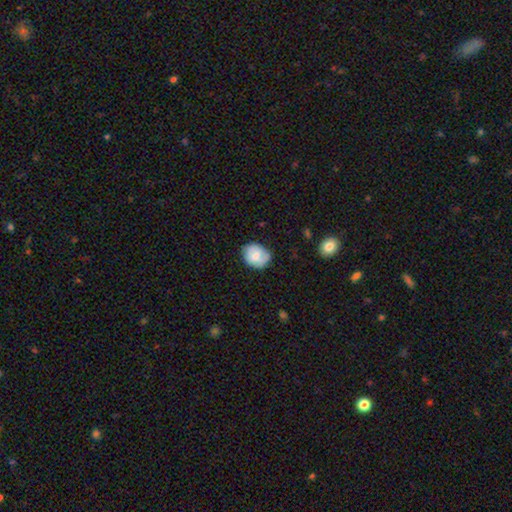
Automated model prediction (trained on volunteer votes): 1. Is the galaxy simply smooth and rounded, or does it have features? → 74% smooth, 18% featured or disk, 7% star or artifact.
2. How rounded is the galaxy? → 55% round, 44% in between, 1% cigar-shaped.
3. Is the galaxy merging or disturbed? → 70% none, 24% minor disturbance, 4% major disturbance, 1% merger.